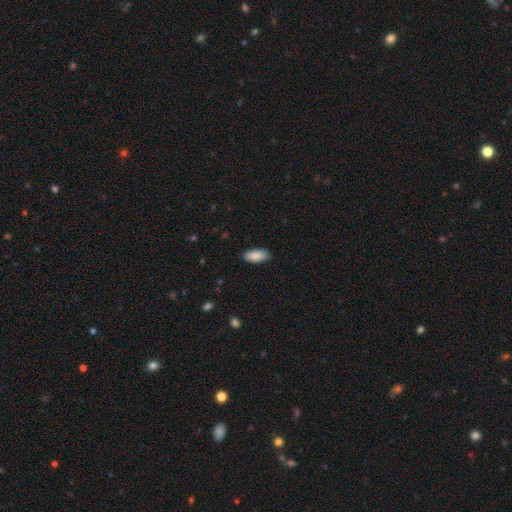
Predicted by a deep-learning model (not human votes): This appears to be a smooth galaxy with no disk features (89%) that is in between round and cigar-shaped (88%). Merging: none (88%).